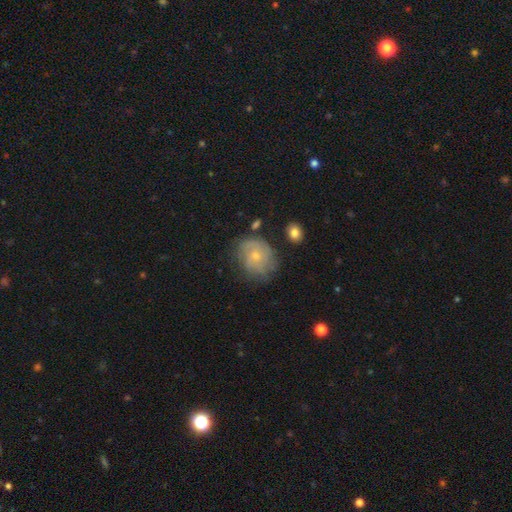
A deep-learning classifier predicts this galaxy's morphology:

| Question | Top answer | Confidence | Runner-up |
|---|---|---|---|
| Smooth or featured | featured or disk | 54% | smooth (38%) |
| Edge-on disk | no | 97% | yes (3%) |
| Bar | no | 79% | weak (19%) |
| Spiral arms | yes | 78% | no (22%) |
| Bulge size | small | 67% | moderate (27%) |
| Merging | none | 64% | minor disturbance (23%) |